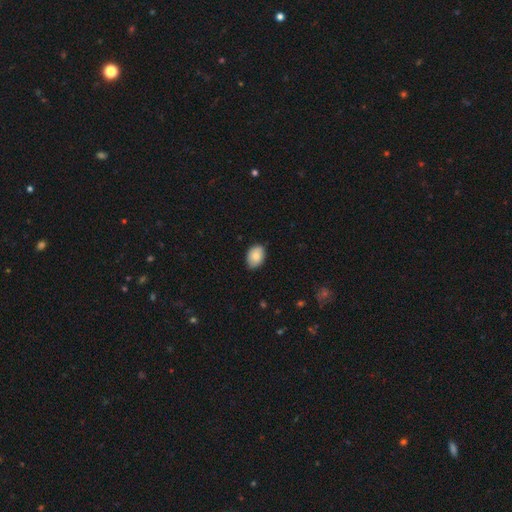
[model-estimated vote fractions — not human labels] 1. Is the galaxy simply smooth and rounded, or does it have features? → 84% smooth, 9% featured or disk, 7% star or artifact.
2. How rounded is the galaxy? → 83% in between, 16% round, 1% cigar-shaped.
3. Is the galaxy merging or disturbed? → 84% none, 13% minor disturbance, 2% major disturbance, 1% merger.